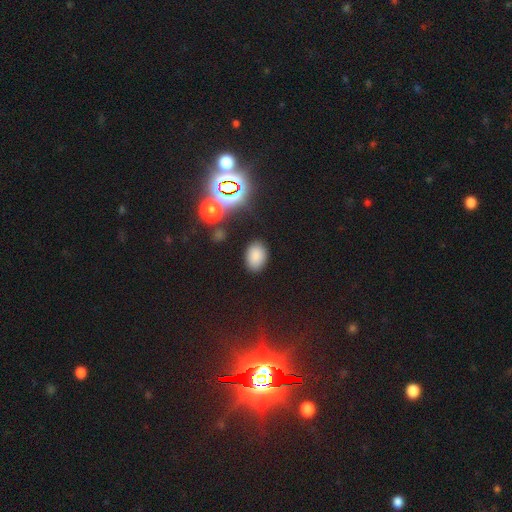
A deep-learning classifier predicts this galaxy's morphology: The model was most divided on "smooth or featured": smooth: 80%, star or artifact: 14%, featured or disk: 6%. More confident: merging — none (84%); how rounded — in between (83%).